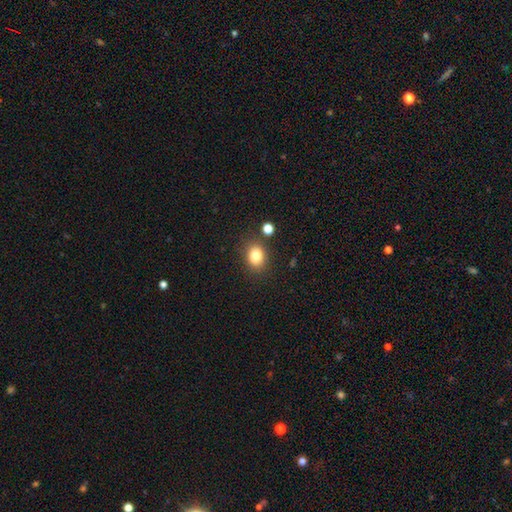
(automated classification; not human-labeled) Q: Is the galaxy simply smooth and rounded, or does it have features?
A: smooth — 82%.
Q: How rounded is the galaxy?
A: in between — 52%.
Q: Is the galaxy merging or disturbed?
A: none — 81%.